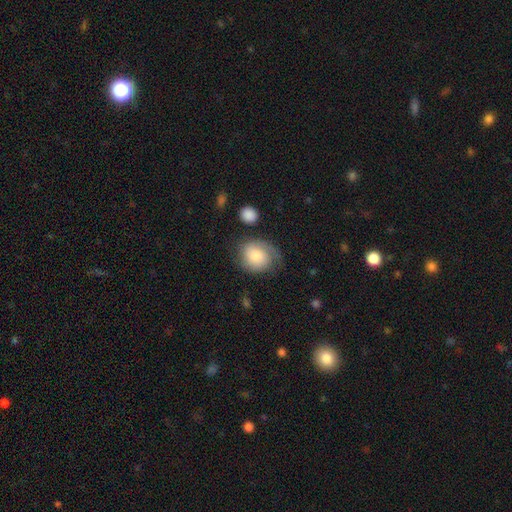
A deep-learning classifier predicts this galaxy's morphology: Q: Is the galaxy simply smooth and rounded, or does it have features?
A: smooth — 59%.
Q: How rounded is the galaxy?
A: round — 60%.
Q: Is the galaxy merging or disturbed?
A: none — 52%.